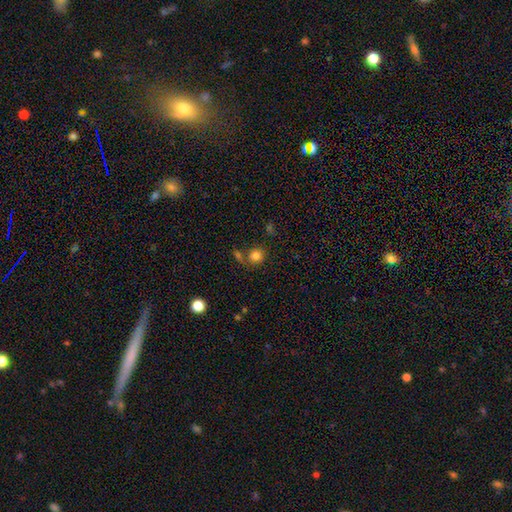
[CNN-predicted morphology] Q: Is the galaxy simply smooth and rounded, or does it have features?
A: smooth — 81%.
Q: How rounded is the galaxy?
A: round — 84%.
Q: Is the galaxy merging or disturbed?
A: none — 63%.